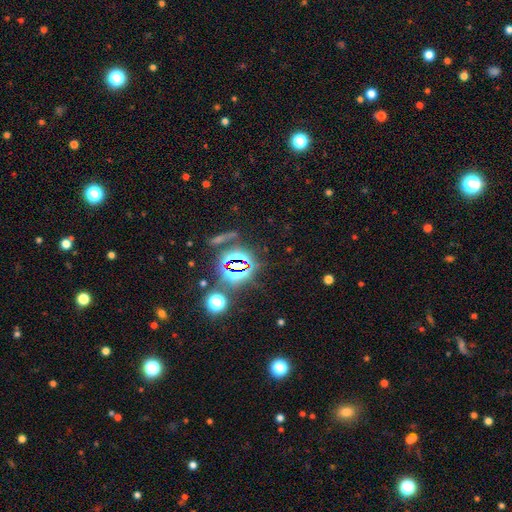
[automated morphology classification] smooth_or_featured: star or artifact (p=0.81) [alt: smooth p=0.11]